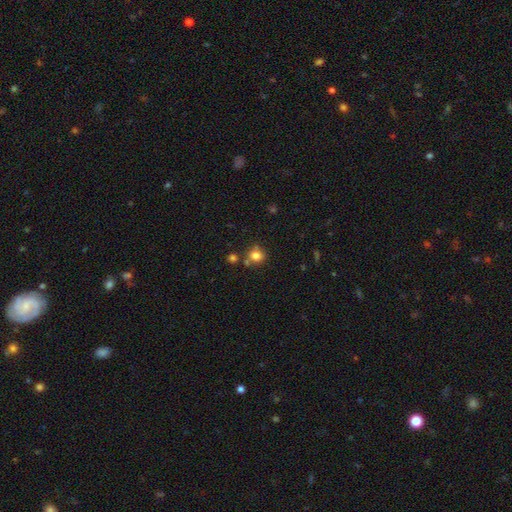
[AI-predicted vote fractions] This appears to be a smooth galaxy with no disk features (79%) that is round (81%). Merging: none (65%).